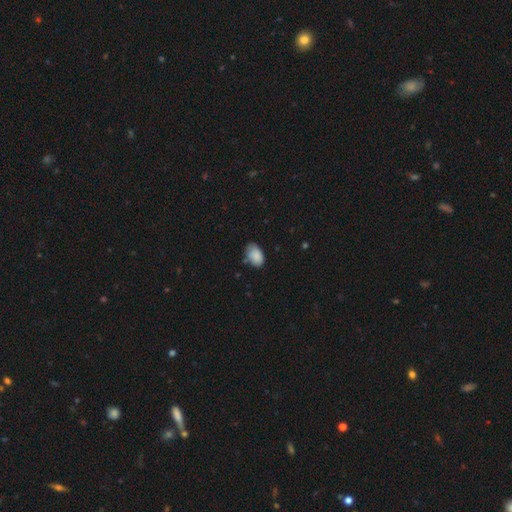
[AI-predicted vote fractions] Smooth or featured? Predicted: smooth (p=0.85). How rounded? Predicted: in between (p=0.90). Merging? Predicted: none (p=0.62).